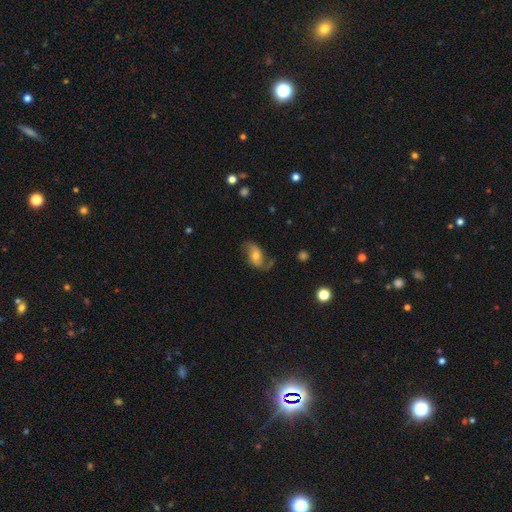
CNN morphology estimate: This appears to be a featured or disk galaxy (56%) with no bar (61%), spiral arms (83%) and a moderate central bulge (61%). Merging: none (56%).